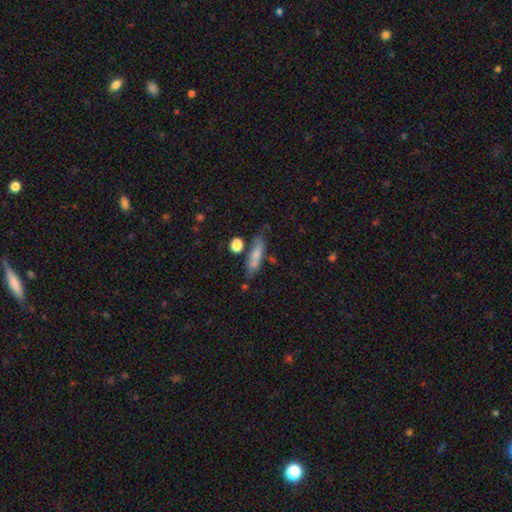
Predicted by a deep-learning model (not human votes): smooth 69%, featured or disk 23%, star or artifact 8%. Down the decision tree: how rounded — cigar-shaped (58%); merging — none (61%).